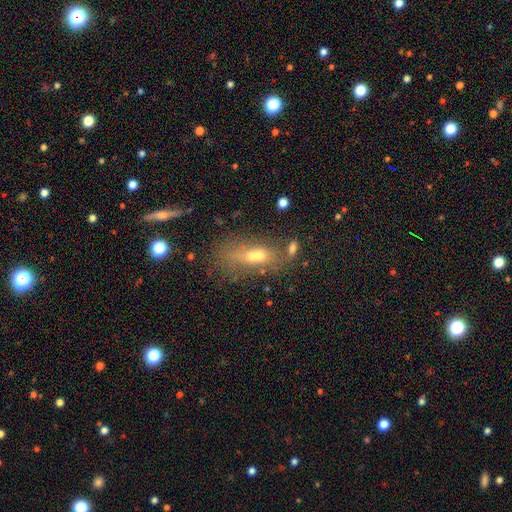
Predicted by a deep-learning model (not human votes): Smooth or featured? smooth (49%)
Merging? merger (37%)